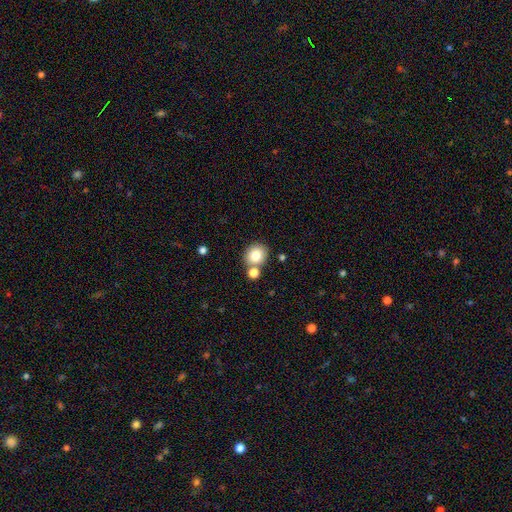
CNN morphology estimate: The model was most divided on "merging": none: 67%, merger: 21%, minor disturbance: 9%, major disturbance: 3%. More confident: smooth or featured — smooth (80%); how rounded — round (76%).